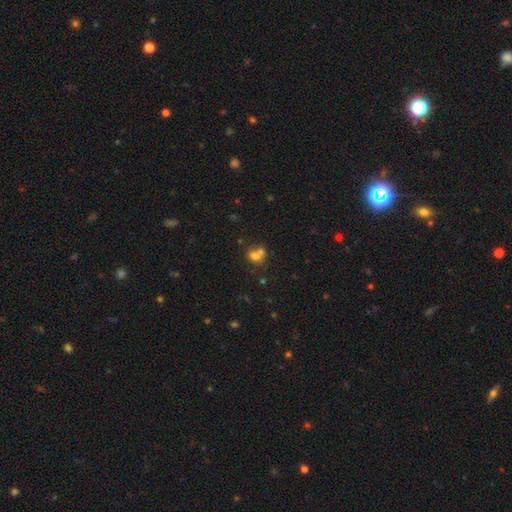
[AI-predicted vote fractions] smooth-or-featured: smooth: 66% | featured or disk: 18% | star or artifact: 16%
  how-rounded: round: 67% | in between: 32% | cigar-shaped: 1%
  merging: merger: 56% | none: 33% | minor disturbance: 7% | major disturbance: 4%